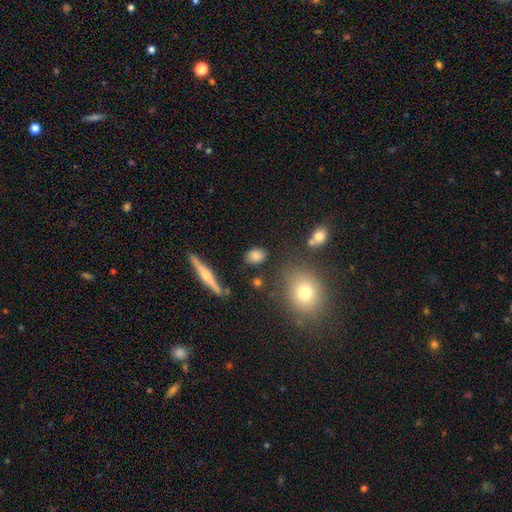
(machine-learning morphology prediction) This is likely a smooth galaxy (80%). How rounded: likely in between (68%). Merging: clearly none (83%).